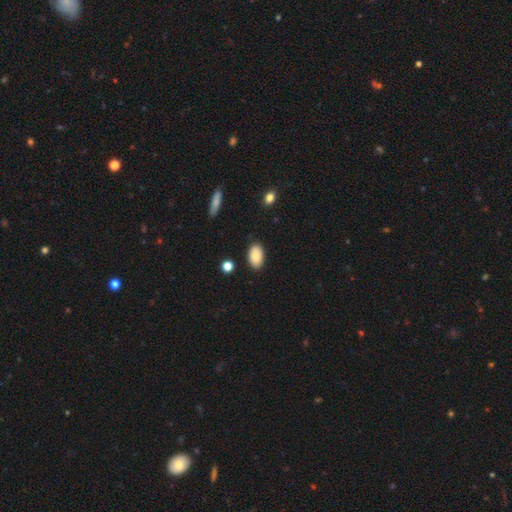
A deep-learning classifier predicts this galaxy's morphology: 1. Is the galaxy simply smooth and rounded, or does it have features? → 86% smooth, 7% star or artifact, 7% featured or disk.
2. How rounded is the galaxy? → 93% in between, 5% round, 2% cigar-shaped.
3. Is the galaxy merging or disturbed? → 86% none, 10% minor disturbance, 2% major disturbance, 2% merger.